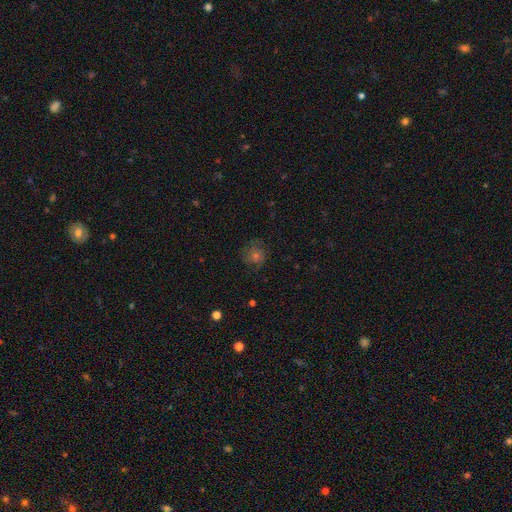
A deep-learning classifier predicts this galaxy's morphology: smooth 52%, star or artifact 25%, featured or disk 23%. Down the decision tree: how rounded — round (88%); merging — none (77%).